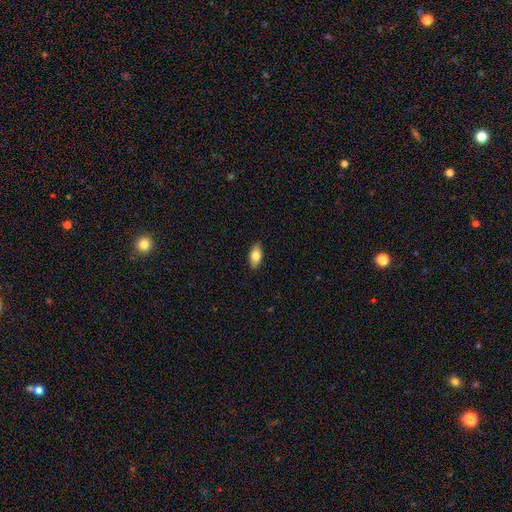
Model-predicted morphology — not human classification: A smooth galaxy with no disk features (80%) that is in between round and cigar-shaped (90%).

Vote fractions:
- Smooth or featured? smooth: 80% / featured or disk: 13% / star or artifact: 7%
- How rounded? in between: 90% / cigar-shaped: 6% / round: 4%
- Merging? none: 88% / minor disturbance: 10% / major disturbance: 2% / merger: 1%